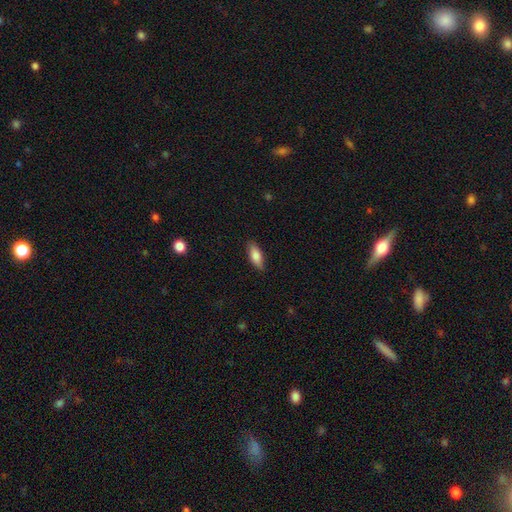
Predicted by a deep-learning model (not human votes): Smooth or featured? smooth (83%)
How rounded? in between (76%)
Merging? none (85%)